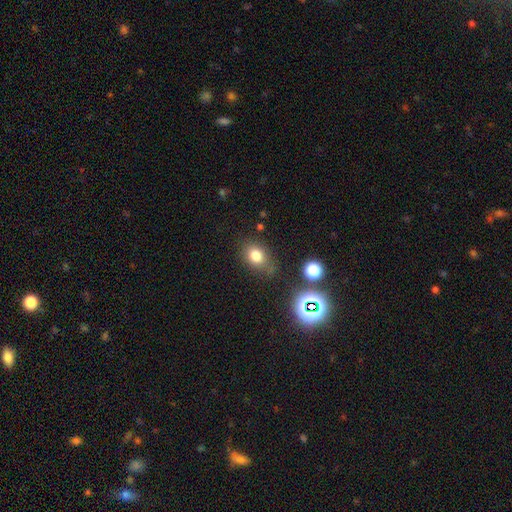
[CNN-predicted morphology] Smooth or featured: smooth — 77% (star or artifact — 14%)
How rounded: in between — 56% (round — 43%)
Merging: none — 69% (minor disturbance — 20%)